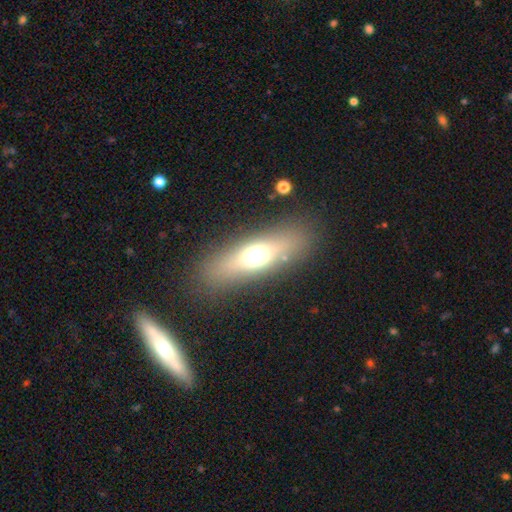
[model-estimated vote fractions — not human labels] Smooth or featured? smooth (56%)
How rounded? in between (51%)
Merging? none (85%)